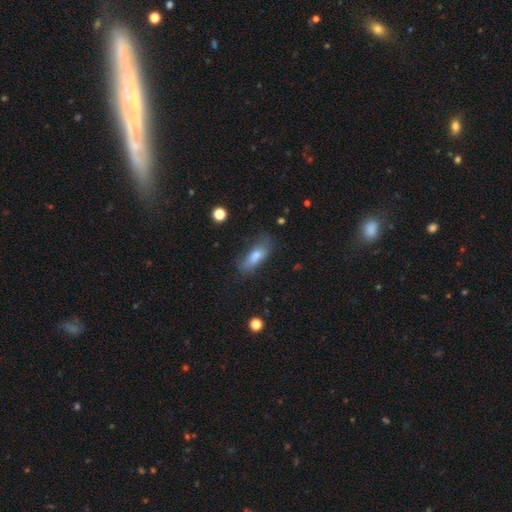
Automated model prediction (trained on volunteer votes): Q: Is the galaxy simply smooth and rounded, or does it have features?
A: smooth — 68%.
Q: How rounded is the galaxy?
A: in between — 60%.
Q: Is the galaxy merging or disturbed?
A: none — 54%.